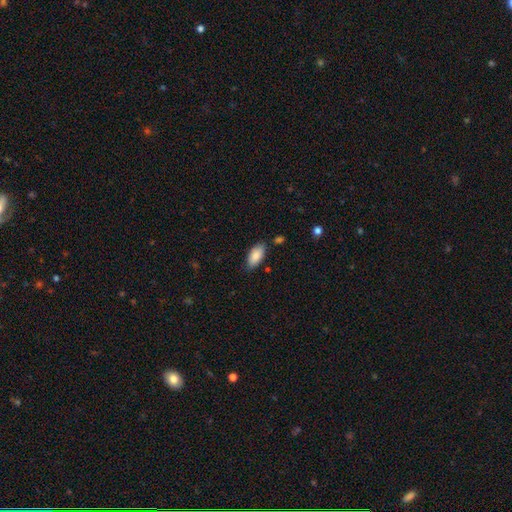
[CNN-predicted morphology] smooth-or-featured: smooth: 86% | featured or disk: 7% | star or artifact: 6%
  how-rounded: in between: 91% | cigar-shaped: 7% | round: 2%
  merging: none: 81% | minor disturbance: 14% | merger: 3% | major disturbance: 2%